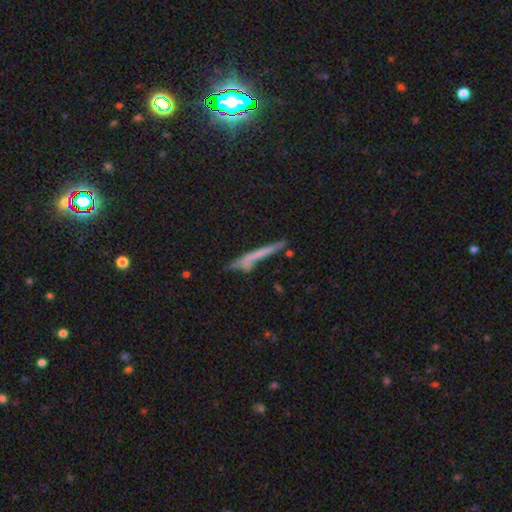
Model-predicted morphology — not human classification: The model was most divided on "smooth or featured": smooth: 47%, featured or disk: 41%, star or artifact: 12%. More confident: merging — none (66%).